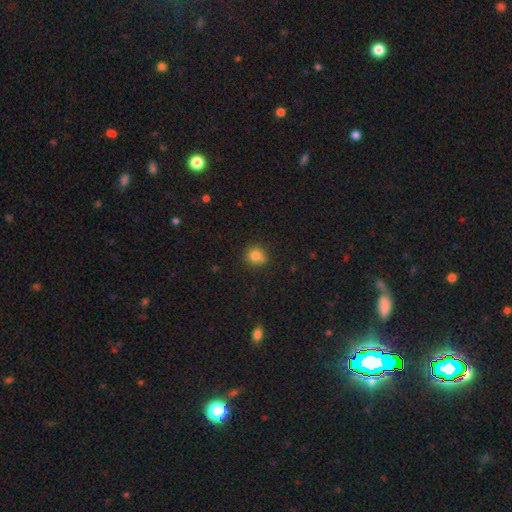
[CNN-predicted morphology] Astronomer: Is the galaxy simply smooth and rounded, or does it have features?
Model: smooth — 82%.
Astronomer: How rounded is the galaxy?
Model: round — 83%.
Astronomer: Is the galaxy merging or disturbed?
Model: none — 72%.